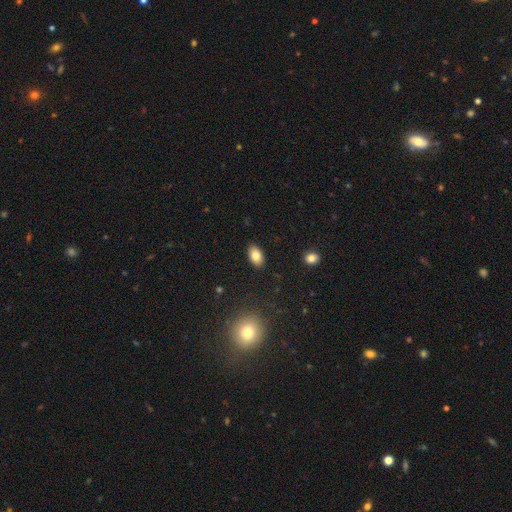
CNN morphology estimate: Overall: smooth (82%). How rounded: in between (92%). Merging: none (88%).